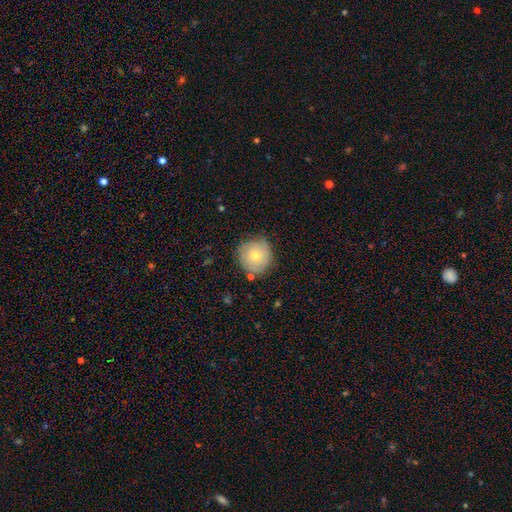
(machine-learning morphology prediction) Smooth or featured? smooth (63%)
How rounded? round (93%)
Merging? none (73%)